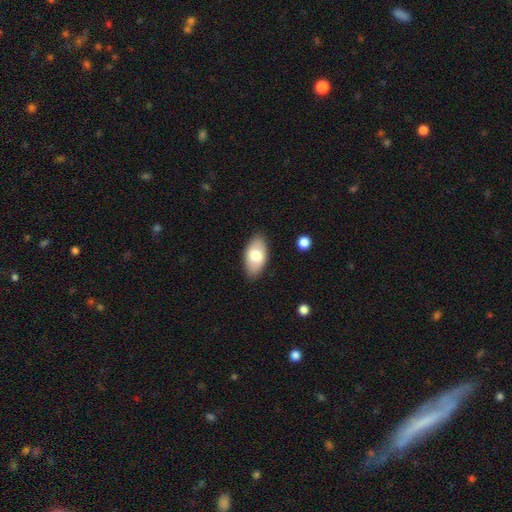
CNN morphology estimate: Q: Smooth or featured?
A: smooth (74%); runner-up: featured or disk (20%)
Q: How rounded?
A: in between (94%); runner-up: round (4%)
Q: Merging?
A: none (85%); runner-up: minor disturbance (11%)